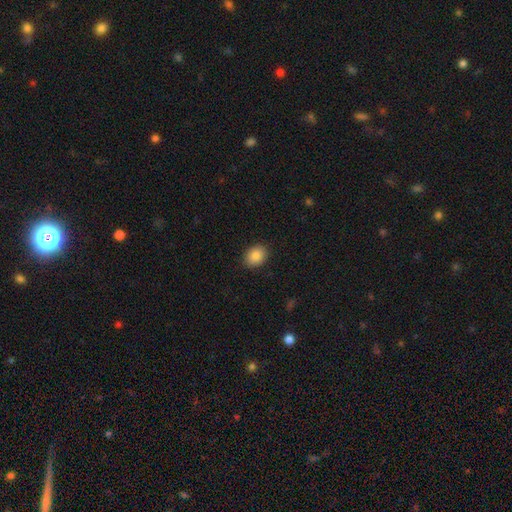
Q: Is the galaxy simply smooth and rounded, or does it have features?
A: smooth — 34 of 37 (92%).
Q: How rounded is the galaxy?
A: round — 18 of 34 (53%).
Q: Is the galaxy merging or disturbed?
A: none — 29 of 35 (83%).